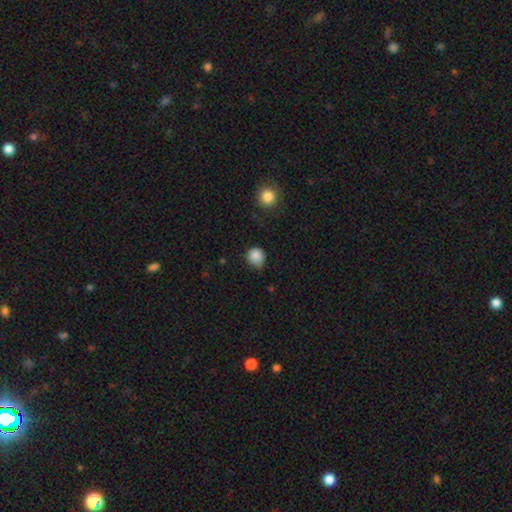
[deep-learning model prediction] smooth-or-featured: smooth: 86% | star or artifact: 10% | featured or disk: 4%
  how-rounded: round: 84% | in between: 15% | cigar-shaped: 1%
  merging: none: 63% | minor disturbance: 30% | major disturbance: 5% | merger: 2%